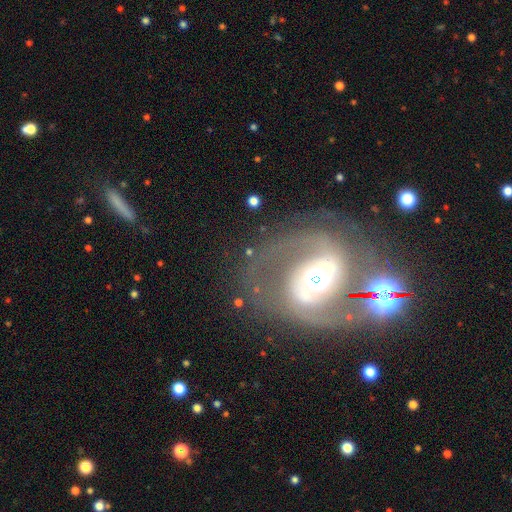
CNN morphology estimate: Overall: featured or disk (82%). Edge-on disk: no (97%). Bar: no (39%; weak 36%). Spiral arms: yes (89%). Spiral arm count: 2 (81%). Spiral winding: medium (49%; tight 32%). Bulge size: moderate (54%; large 26%). Merging: none (67%).